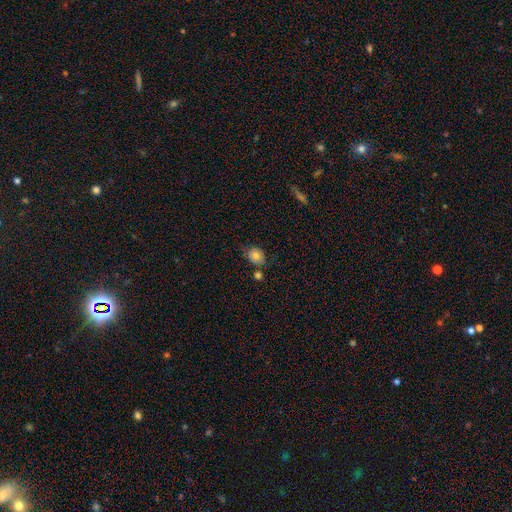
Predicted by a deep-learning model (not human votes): smooth_or_featured: smooth (p=0.79) [alt: featured or disk p=0.11]
how_rounded: round (p=0.56) [alt: in between p=0.43]
merging: none (p=0.65) [alt: minor disturbance p=0.19]